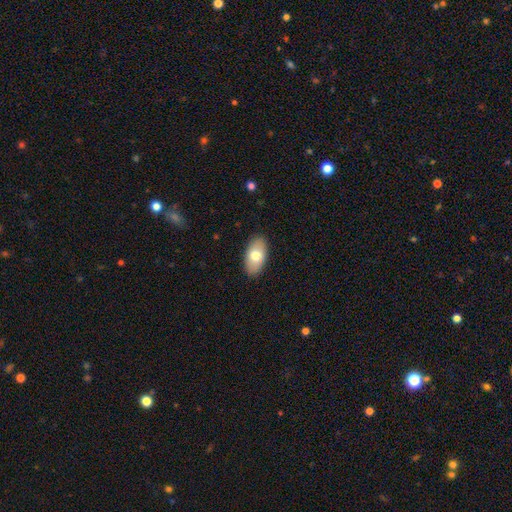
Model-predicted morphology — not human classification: A smooth galaxy with no disk features (73%) that is in between round and cigar-shaped (94%).

Vote fractions:
- Smooth or featured? smooth: 73% / featured or disk: 21% / star or artifact: 6%
- How rounded? in between: 94% / round: 4% / cigar-shaped: 3%
- Merging? none: 88% / minor disturbance: 9% / major disturbance: 2% / merger: 1%